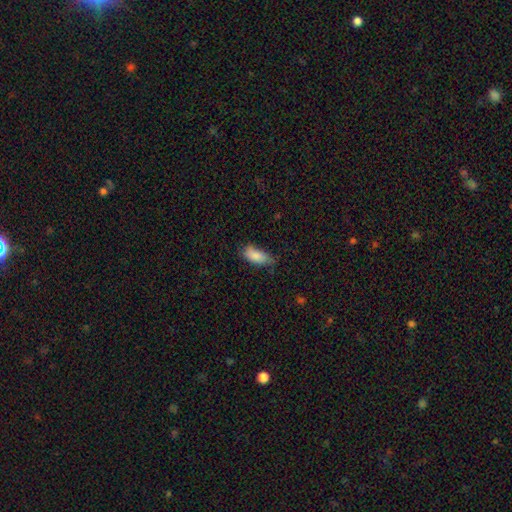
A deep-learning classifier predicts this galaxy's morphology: smooth 84%, featured or disk 8%, star or artifact 7%. Down the decision tree: how rounded — in between (85%); merging — none (57%).